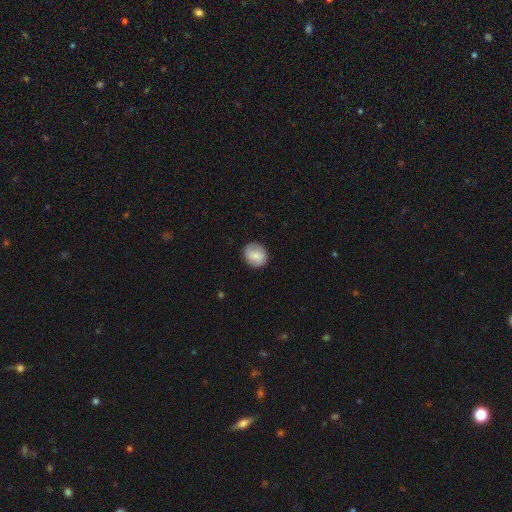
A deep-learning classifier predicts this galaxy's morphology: Smooth or featured? smooth (72%)
How rounded? round (78%)
Merging? none (87%)